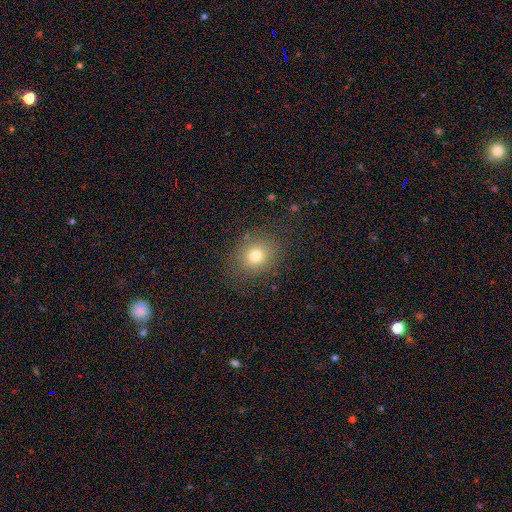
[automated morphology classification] This appears to be a smooth galaxy with no disk features (74%) that is round (72%). Merging: none (81%).